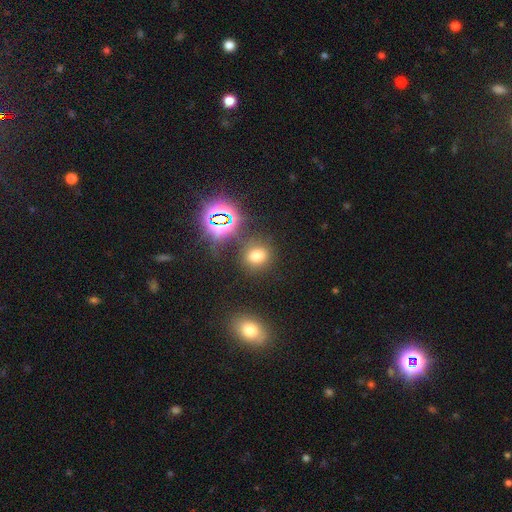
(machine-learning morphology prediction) type=smooth (66%); roundness=round (63%); merging=none (76%).